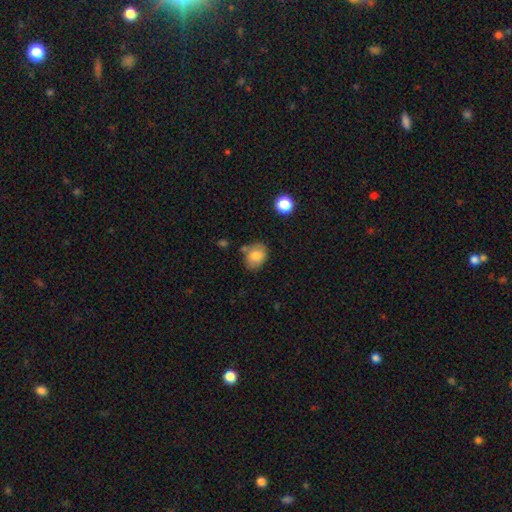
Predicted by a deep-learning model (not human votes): smooth 79%, featured or disk 13%, star or artifact 9%. Down the decision tree: how rounded — in between (55%); merging — none (65%).